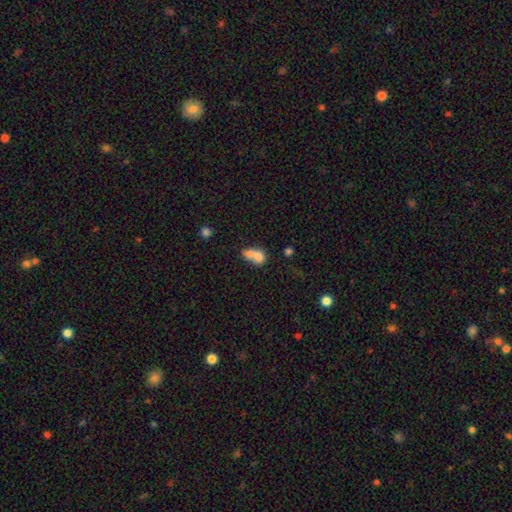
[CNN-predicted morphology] A smooth galaxy with no disk features (73%) that is in between round and cigar-shaped (59%).

Vote fractions:
- Smooth or featured? smooth: 73% / featured or disk: 18% / star or artifact: 10%
- How rounded? in between: 59% / round: 38% / cigar-shaped: 3%
- Merging? merger: 67% / none: 18% / minor disturbance: 8% / major disturbance: 6%